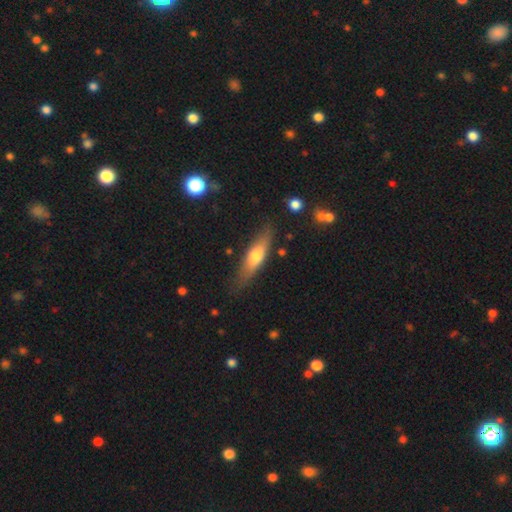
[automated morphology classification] Smooth or featured?
  - smooth: 58% *
  - featured or disk: 36%
  - star or artifact: 6%
How rounded?
  - cigar-shaped: 59% *
  - in between: 39%
  - round: 2%
Merging?
  - none: 78% *
  - minor disturbance: 16%
  - major disturbance: 4%
  - merger: 2%